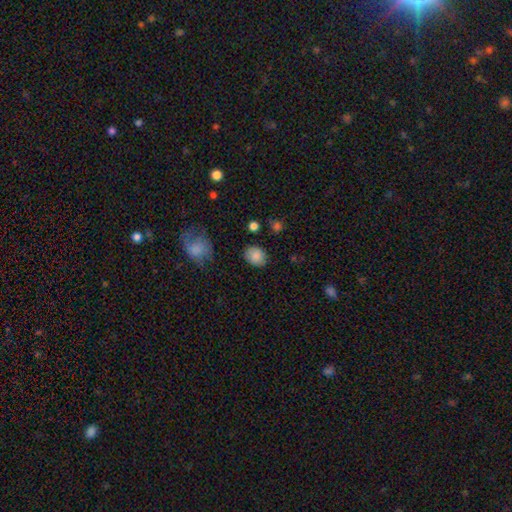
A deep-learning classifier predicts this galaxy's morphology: Smooth or featured?
  - smooth: 87% *
  - star or artifact: 8%
  - featured or disk: 5%
How rounded?
  - round: 51% *
  - in between: 48%
  - cigar-shaped: 1%
Merging?
  - none: 84% *
  - minor disturbance: 11%
  - major disturbance: 3%
  - merger: 2%